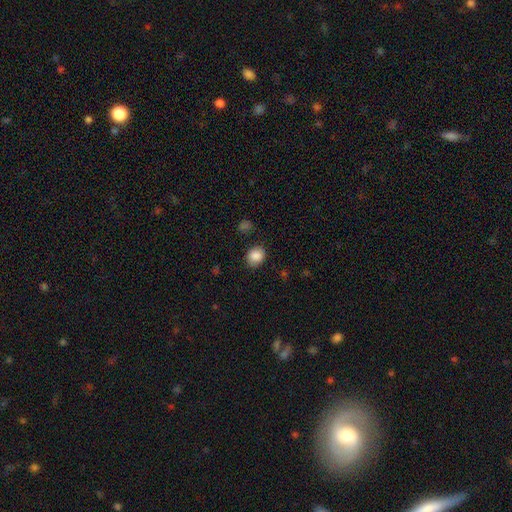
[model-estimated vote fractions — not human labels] smooth-or-featured: smooth: 87% | star or artifact: 9% | featured or disk: 4%
  how-rounded: round: 55% | in between: 44% | cigar-shaped: 1%
  merging: none: 80% | minor disturbance: 15% | major disturbance: 4% | merger: 2%